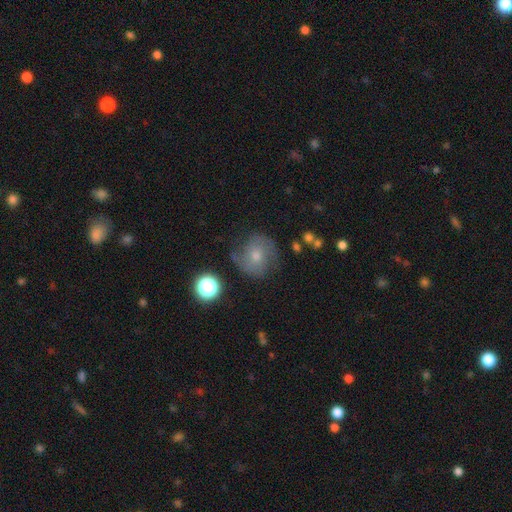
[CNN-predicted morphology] Overall: featured or disk (59%; smooth 26%). Edge-on disk: no (97%). Bar: no (70%). Spiral arms: yes (89%). Spiral arm count: 2 (67%). Spiral winding: medium (45%; tight 38%). Bulge size: moderate (54%; small 37%). Merging: none (73%).